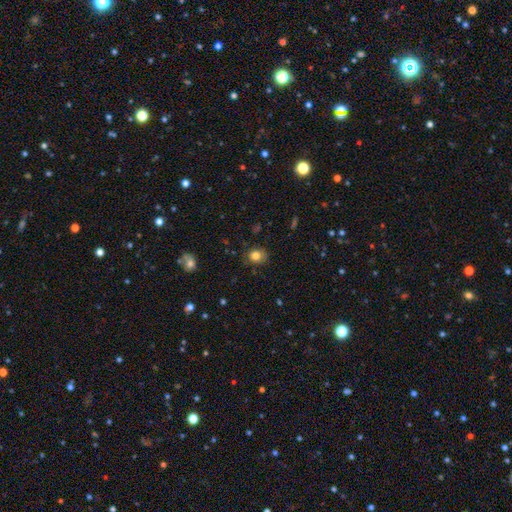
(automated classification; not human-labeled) Overall: smooth (81%). How rounded: round (68%; in between 31%). Merging: none (79%).